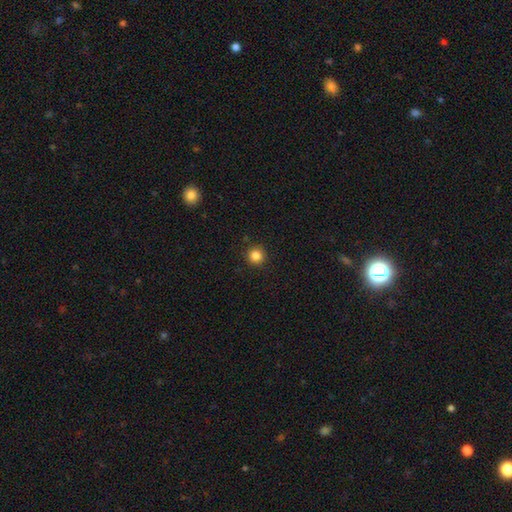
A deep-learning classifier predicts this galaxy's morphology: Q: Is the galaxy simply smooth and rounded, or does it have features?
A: smooth — 85%.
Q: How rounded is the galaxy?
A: round — 96%.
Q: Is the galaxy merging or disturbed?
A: none — 92%.